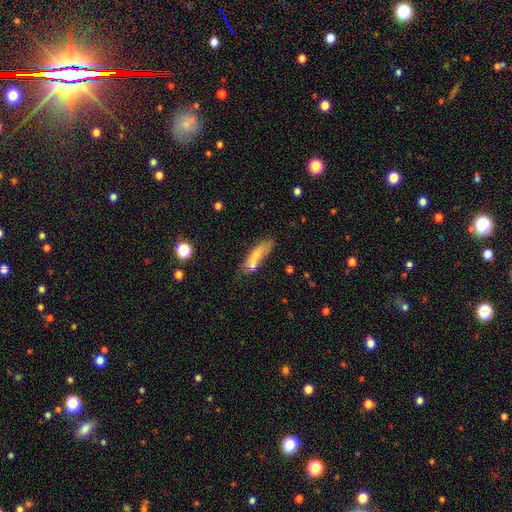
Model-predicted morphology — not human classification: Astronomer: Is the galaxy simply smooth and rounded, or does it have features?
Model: smooth — 69%.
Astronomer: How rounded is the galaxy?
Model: cigar-shaped — 56% (runner-up: in between, 42%).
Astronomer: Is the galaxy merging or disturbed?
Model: none — 49%.